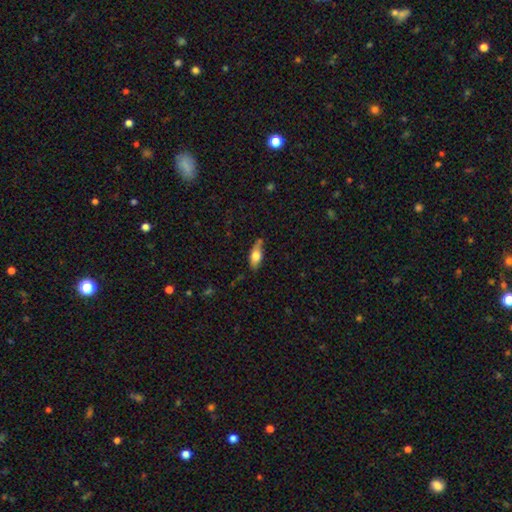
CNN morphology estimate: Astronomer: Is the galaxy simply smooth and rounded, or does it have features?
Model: smooth — 70%.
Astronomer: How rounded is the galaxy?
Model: in between — 77%.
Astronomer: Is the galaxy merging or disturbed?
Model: none — 68%.